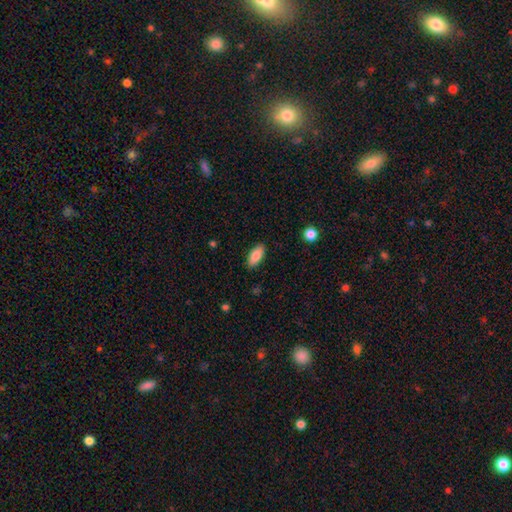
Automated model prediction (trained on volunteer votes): smooth_or_featured: smooth (p=0.88) [alt: star or artifact p=0.07]
how_rounded: in between (p=0.88) [alt: cigar-shaped p=0.10]
merging: none (p=0.88) [alt: minor disturbance p=0.09]